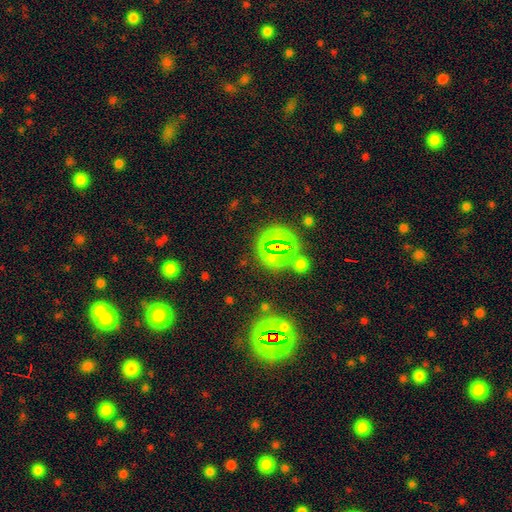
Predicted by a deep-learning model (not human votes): Smooth or featured?
  - star or artifact: 71% *
  - smooth: 19%
  - featured or disk: 10%